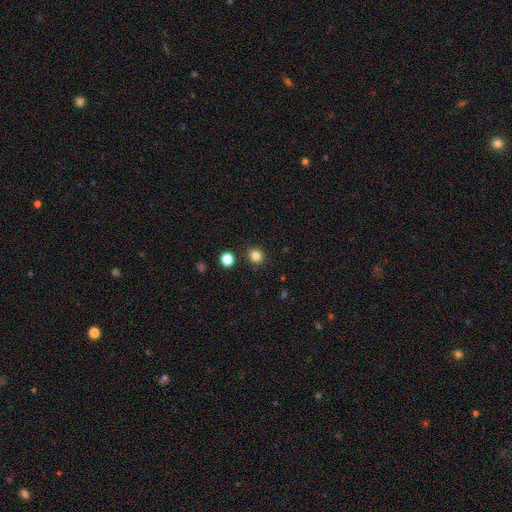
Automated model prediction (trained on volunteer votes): Smooth or featured? Predicted: smooth (p=0.83). How rounded? Predicted: round (p=0.84). Merging? Predicted: none (p=0.89).